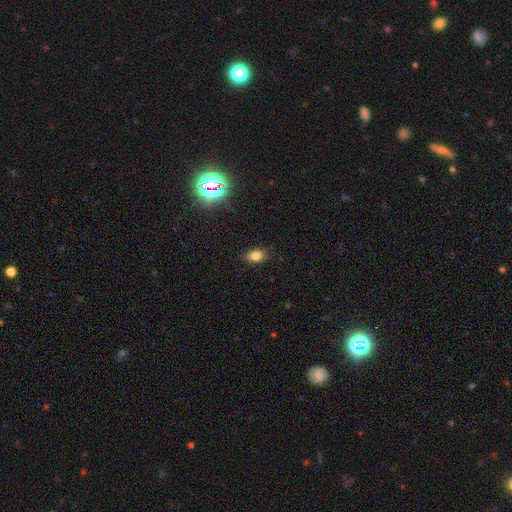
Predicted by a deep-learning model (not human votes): A smooth galaxy with no disk features (79%) that is in between round and cigar-shaped (85%). Merging: none (86%).